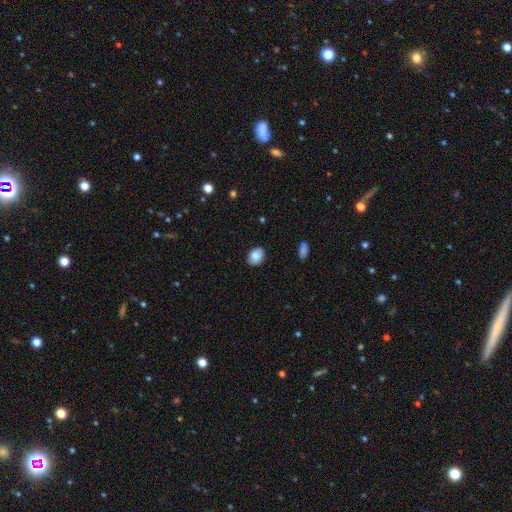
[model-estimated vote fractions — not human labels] This is clearly a smooth galaxy (83%). How rounded: likely in between (63%). Merging: clearly none (86%).